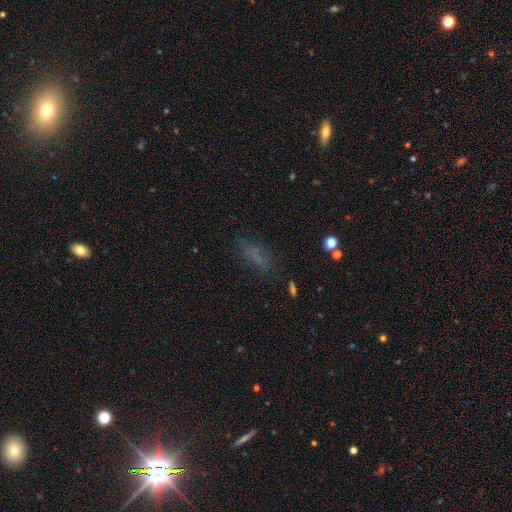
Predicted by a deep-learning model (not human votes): smooth 64%, star or artifact 21%, featured or disk 15%. Down the decision tree: how rounded — in between (56%); merging — none (71%).